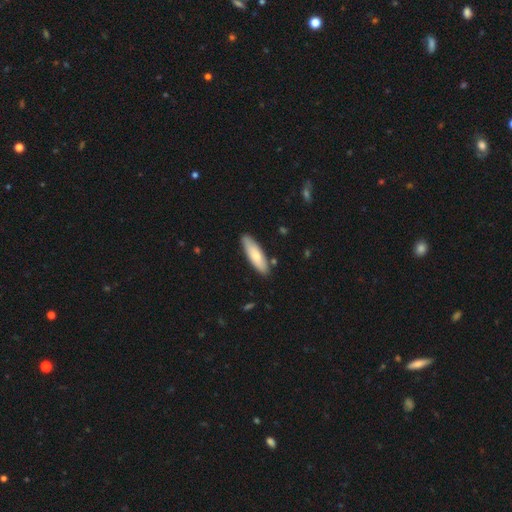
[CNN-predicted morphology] smooth-or-featured: smooth: 72% | featured or disk: 23% | star or artifact: 5%
  how-rounded: cigar-shaped: 54% | in between: 45% | round: 2%
  merging: none: 86% | minor disturbance: 10% | merger: 2% | major disturbance: 2%